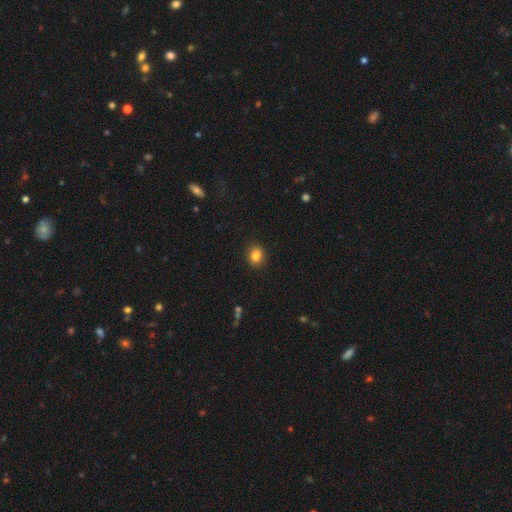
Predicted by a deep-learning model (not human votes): A smooth galaxy with no disk features (84%) that is round (50%). Merging: none (89%).